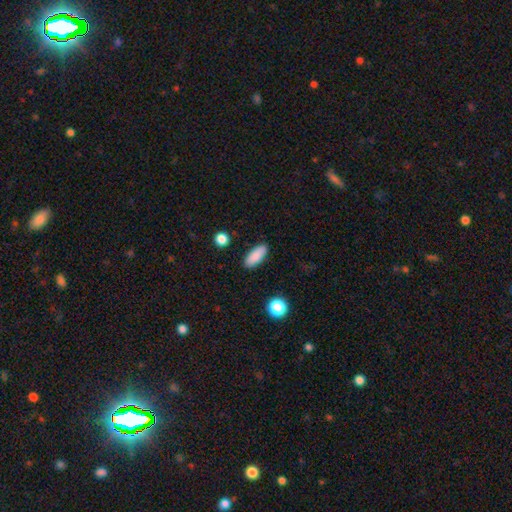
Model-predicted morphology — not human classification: smooth_or_featured: smooth (p=0.87) [alt: star or artifact p=0.07]
how_rounded: in between (p=0.77) [alt: cigar-shaped p=0.21]
merging: none (p=0.88) [alt: minor disturbance p=0.08]